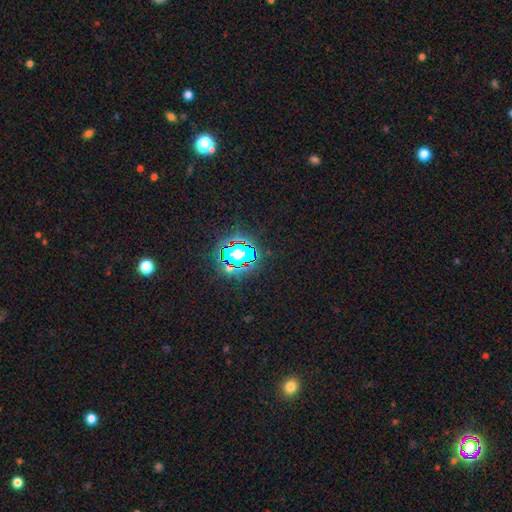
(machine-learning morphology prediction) smooth_or_featured: star or artifact (p=0.81) [alt: smooth p=0.12]